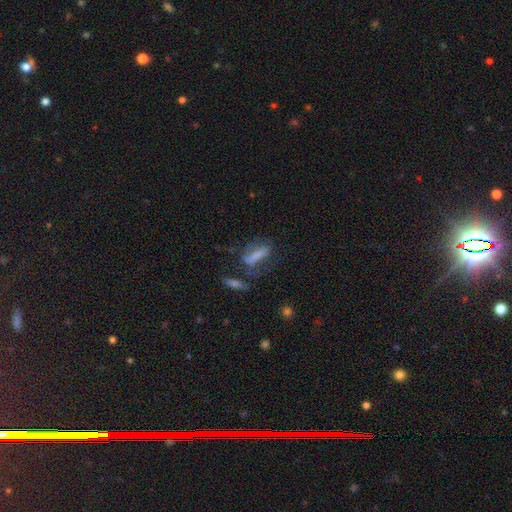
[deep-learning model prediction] The model was most divided on "smooth or featured": smooth: 46%, featured or disk: 36%, star or artifact: 18%. More confident: merging — none (50%).